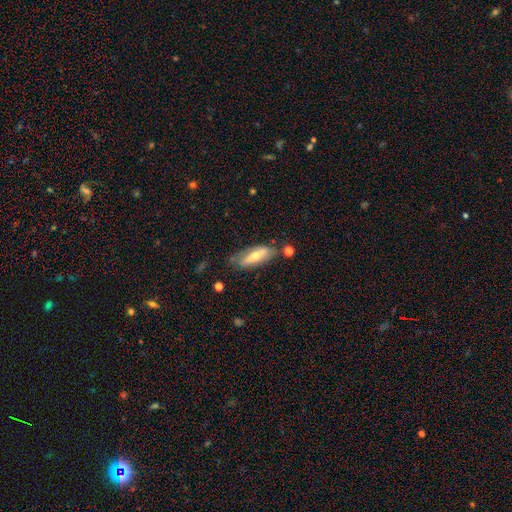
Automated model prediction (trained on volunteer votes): Smooth or featured? smooth (47%)
Merging? none (65%)